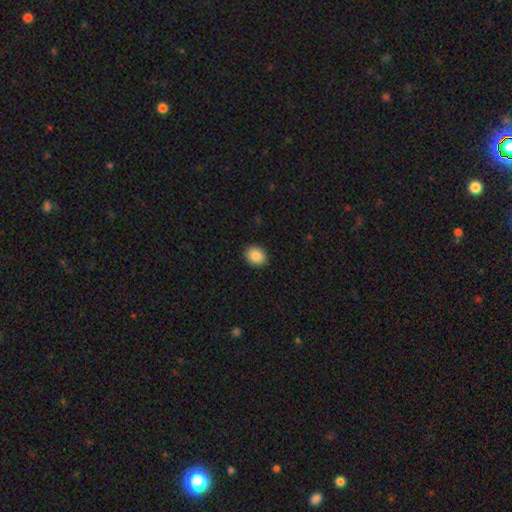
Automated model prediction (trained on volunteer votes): Smooth or featured? Predicted: smooth (p=0.87). How rounded? Predicted: round (p=0.60). Merging? Predicted: none (p=0.90).